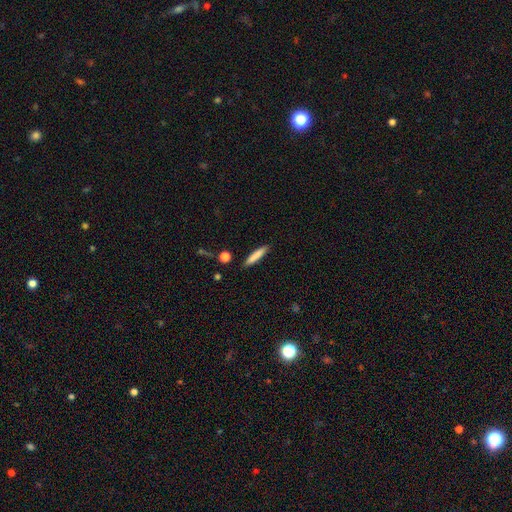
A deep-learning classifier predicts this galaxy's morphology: type=smooth (81%); roundness=cigar-shaped (90%); merging=none (88%).